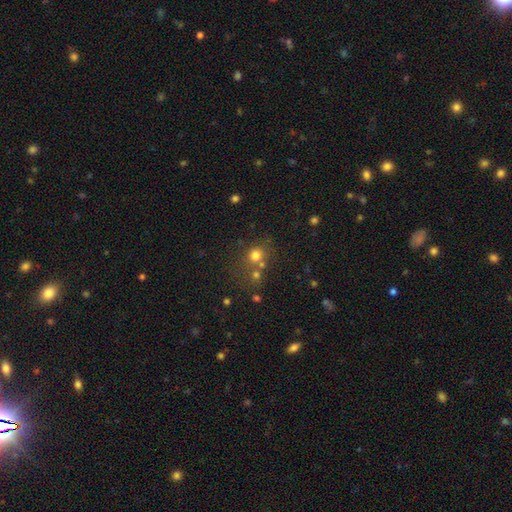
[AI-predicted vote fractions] Smooth or featured?
  - smooth: 71% *
  - star or artifact: 18%
  - featured or disk: 10%
How rounded?
  - round: 82% *
  - in between: 17%
  - cigar-shaped: 1%
Merging?
  - none: 57% *
  - merger: 29%
  - minor disturbance: 9%
  - major disturbance: 5%